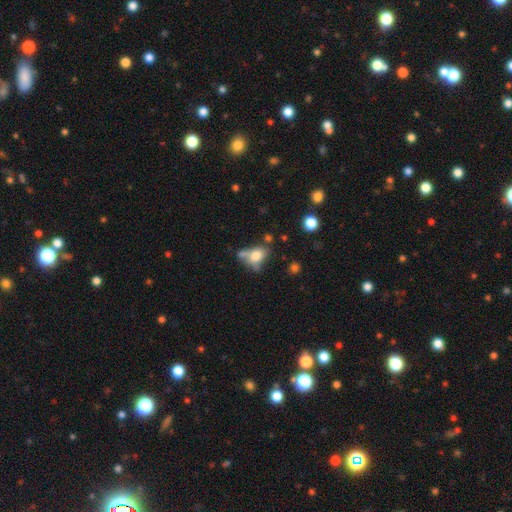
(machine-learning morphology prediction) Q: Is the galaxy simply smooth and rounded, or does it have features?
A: smooth — 70%.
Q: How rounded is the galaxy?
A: in between — 68%.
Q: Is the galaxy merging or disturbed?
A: none — 34%.